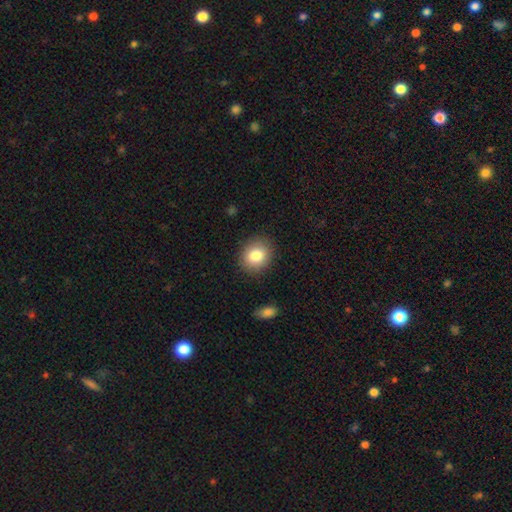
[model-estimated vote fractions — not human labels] This appears to be a smooth galaxy with no disk features (82%) that is round (66%). Merging: none (88%).